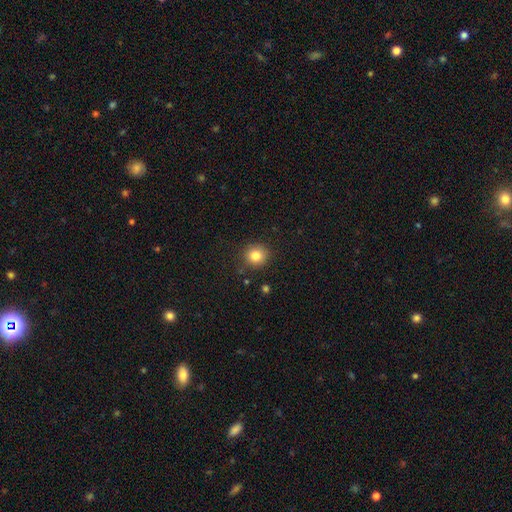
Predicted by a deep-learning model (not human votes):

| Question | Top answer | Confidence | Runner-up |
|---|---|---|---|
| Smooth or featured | smooth | 83% | star or artifact (11%) |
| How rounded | round | 90% | in between (9%) |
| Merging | none | 89% | minor disturbance (7%) |